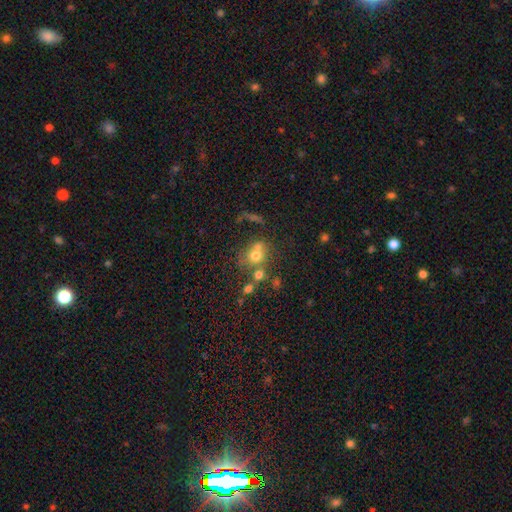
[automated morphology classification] Smooth or featured? smooth (67%)
How rounded? round (75%)
Merging? none (43%)